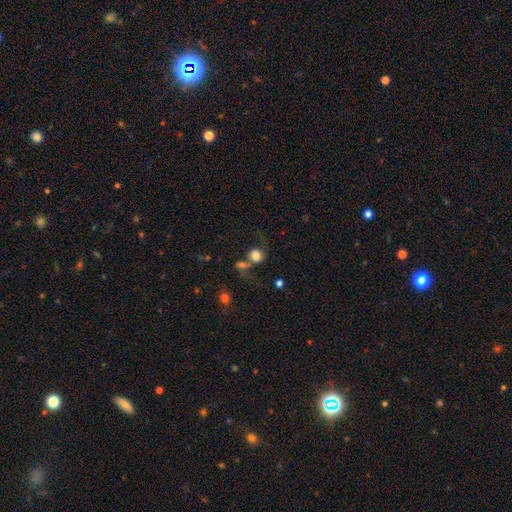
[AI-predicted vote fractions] Smooth or featured? smooth (73%)
How rounded? round (76%)
Merging? none (35%)